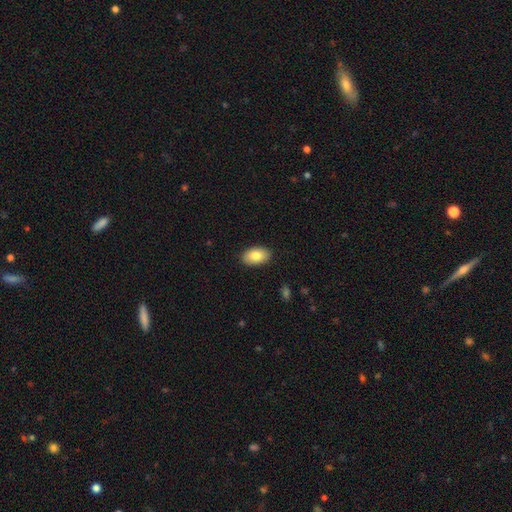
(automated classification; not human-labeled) Smooth or featured? Predicted: smooth (p=0.83). How rounded? Predicted: in between (p=0.93). Merging? Predicted: none (p=0.89).